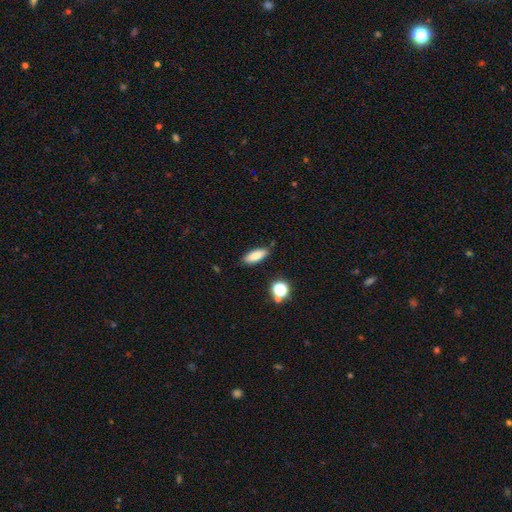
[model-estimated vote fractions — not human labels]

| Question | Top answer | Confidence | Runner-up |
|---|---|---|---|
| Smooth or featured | smooth | 84% | star or artifact (9%) |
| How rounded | in between | 67% | cigar-shaped (30%) |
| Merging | none | 81% | minor disturbance (13%) |